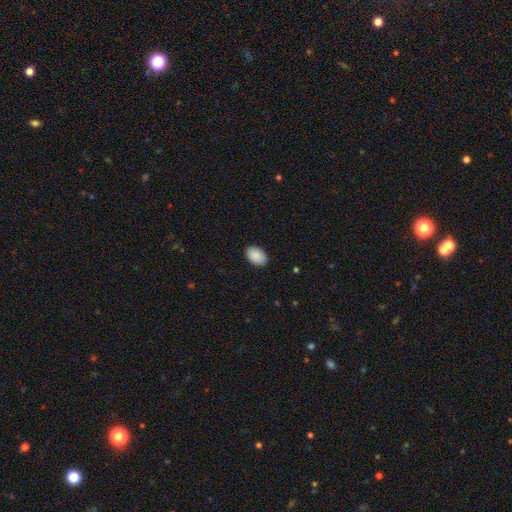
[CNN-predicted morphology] Overall: smooth (90%). How rounded: in between (90%). Merging: none (89%).